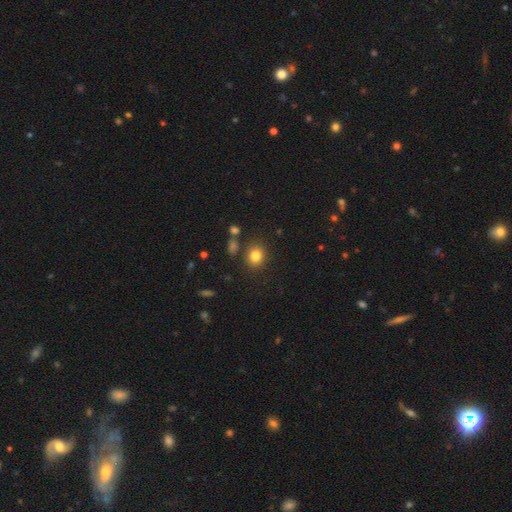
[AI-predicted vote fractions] Smooth or featured: smooth — 82% (star or artifact — 11%)
How rounded: round — 67% (in between — 32%)
Merging: none — 82% (minor disturbance — 10%)